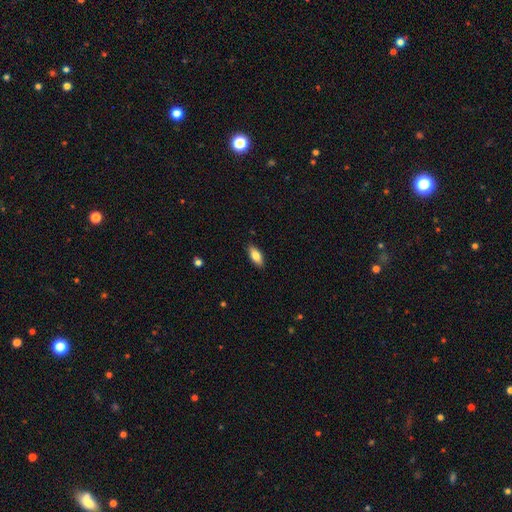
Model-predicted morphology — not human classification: This appears to be a smooth galaxy with no disk features (81%) that is in between round and cigar-shaped (85%). Merging: none (88%).